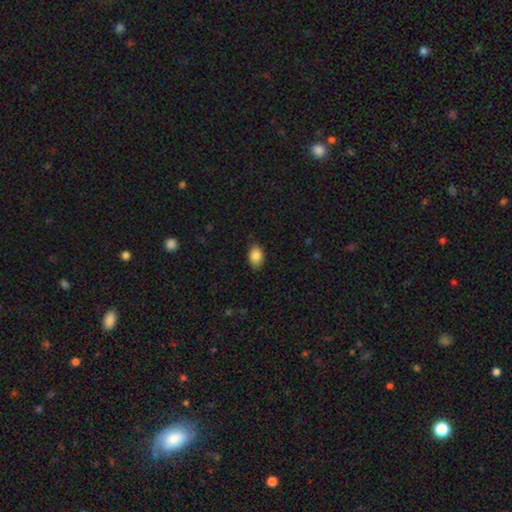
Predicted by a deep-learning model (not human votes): Smooth or featured: smooth — 88% (star or artifact — 8%)
How rounded: in between — 82% (round — 17%)
Merging: none — 83% (minor disturbance — 13%)